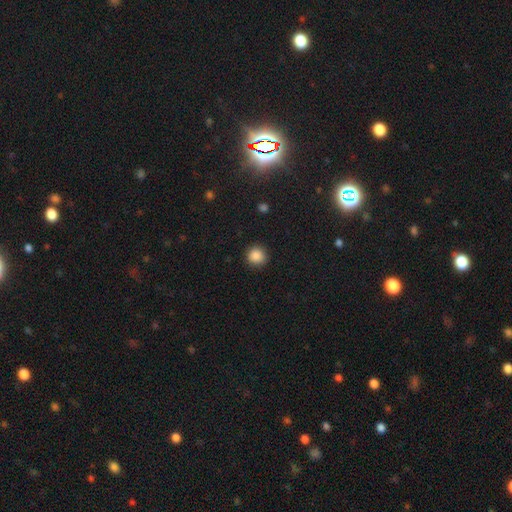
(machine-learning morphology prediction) A smooth galaxy with no disk features (87%) that is round (93%). Merging: none (91%).